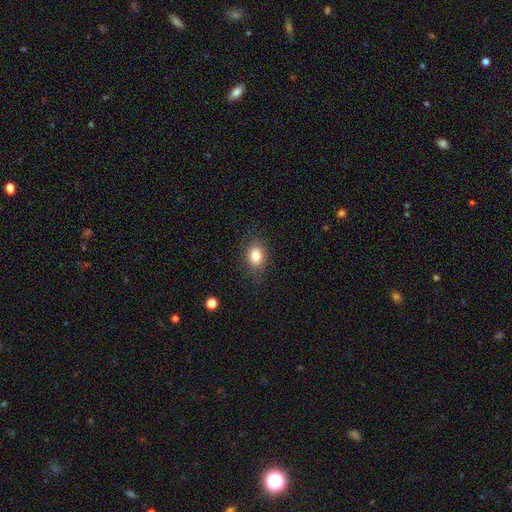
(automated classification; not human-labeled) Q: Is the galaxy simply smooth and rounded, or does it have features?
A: smooth — 82%.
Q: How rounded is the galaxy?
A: in between — 74%.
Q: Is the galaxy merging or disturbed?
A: none — 79%.